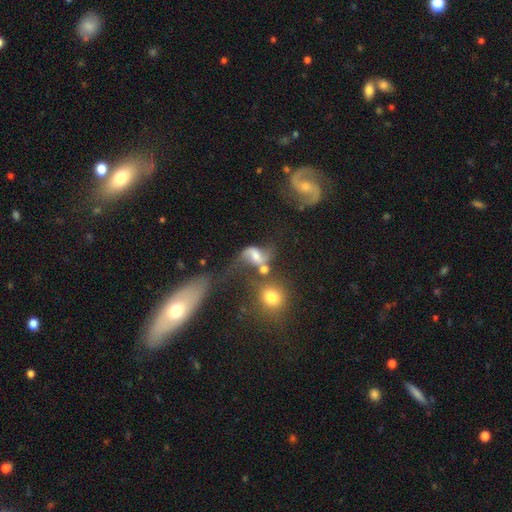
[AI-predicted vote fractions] Overall: featured or disk (60%; smooth 27%). Edge-on disk: no (96%). Bar: weak (44%; no 33%). Spiral arms: yes (84%). Bulge size: moderate (44%; small 25%). Merging: merger (33%; none 29%).